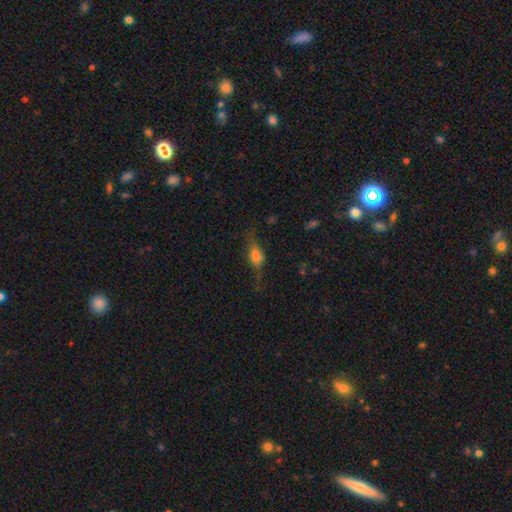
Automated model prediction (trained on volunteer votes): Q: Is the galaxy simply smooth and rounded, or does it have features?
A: smooth — 46%.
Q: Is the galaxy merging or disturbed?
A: none — 51%.